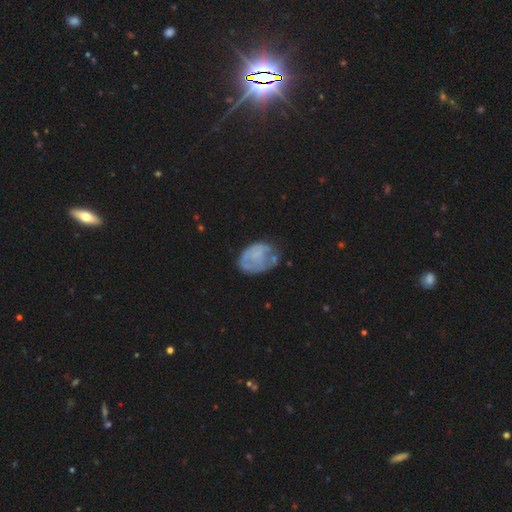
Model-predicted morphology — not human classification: Smooth or featured: featured or disk — 48% (smooth — 43%)
Merging: none — 43% (minor disturbance — 32%)